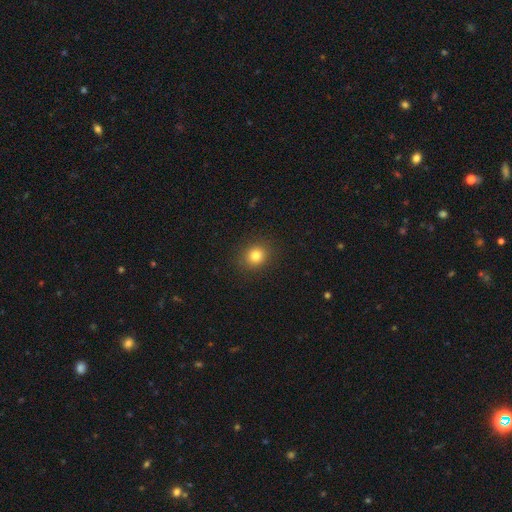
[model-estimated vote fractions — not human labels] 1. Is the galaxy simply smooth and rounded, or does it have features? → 82% smooth, 12% star or artifact, 6% featured or disk.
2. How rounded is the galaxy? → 78% round, 21% in between, 1% cigar-shaped.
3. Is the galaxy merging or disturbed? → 90% none, 7% minor disturbance, 2% major disturbance, 1% merger.